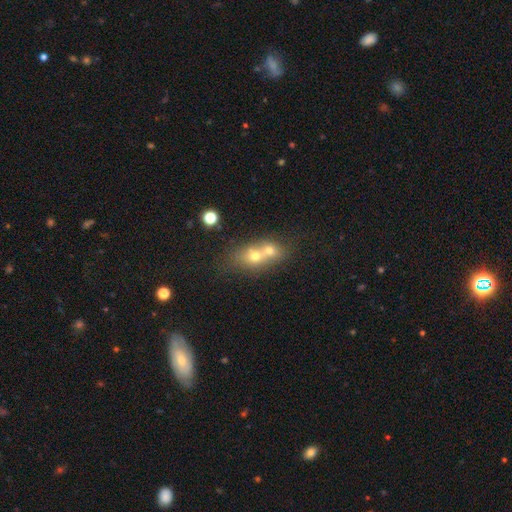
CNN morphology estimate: The model was most divided on "how rounded": in between: 49%, round: 48%, cigar-shaped: 4%. More confident: merging — merger (69%); smooth or featured — smooth (60%).